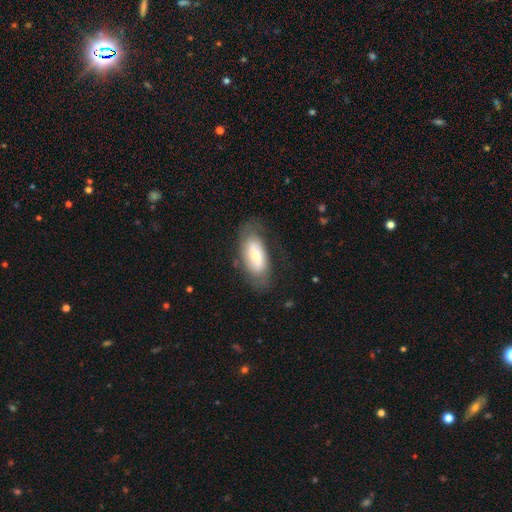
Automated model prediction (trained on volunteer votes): The model was most divided on "smooth or featured": smooth: 57%, featured or disk: 36%, star or artifact: 7%. More confident: how rounded — in between (89%); merging — none (66%).